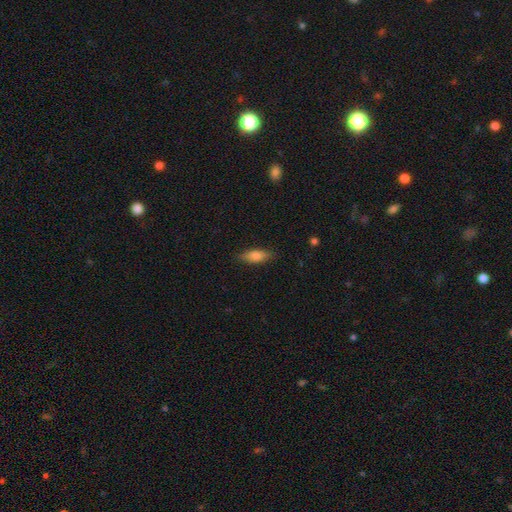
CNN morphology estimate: smooth 76%, featured or disk 17%, star or artifact 7%. Down the decision tree: how rounded — in between (66%); merging — none (83%).